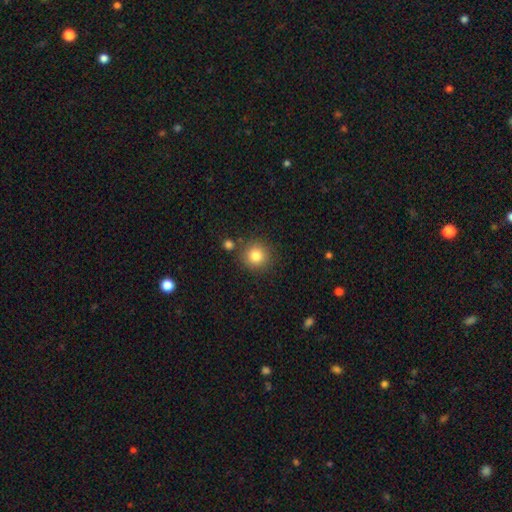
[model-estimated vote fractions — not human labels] smooth-or-featured: smooth: 82% | star or artifact: 11% | featured or disk: 7%
  how-rounded: round: 92% | in between: 7% | cigar-shaped: 1%
  merging: none: 83% | minor disturbance: 8% | merger: 6% | major disturbance: 3%